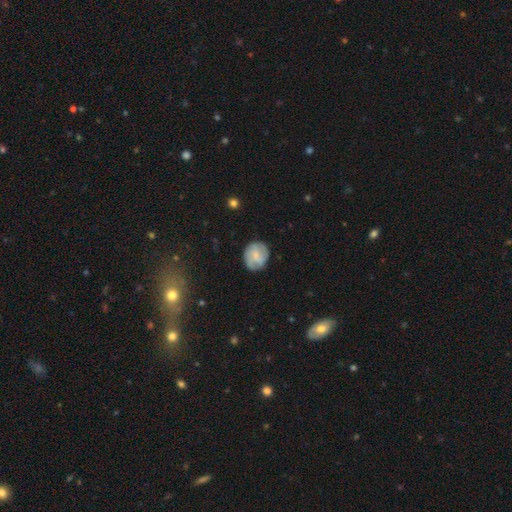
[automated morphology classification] type=smooth (50%); merging=none (77%).